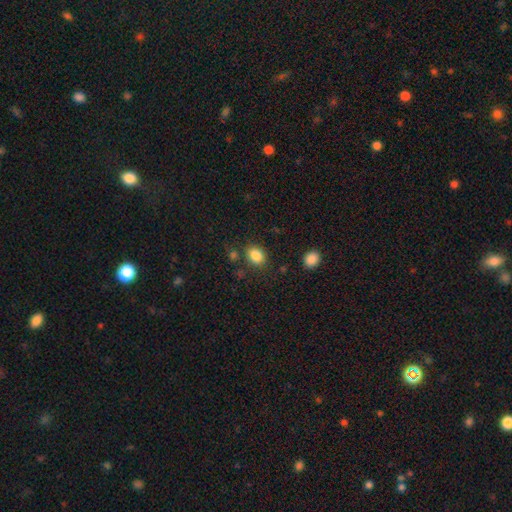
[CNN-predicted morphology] Smooth or featured: smooth — 85% (star or artifact — 10%)
How rounded: in between — 63% (round — 36%)
Merging: none — 79% (minor disturbance — 12%)